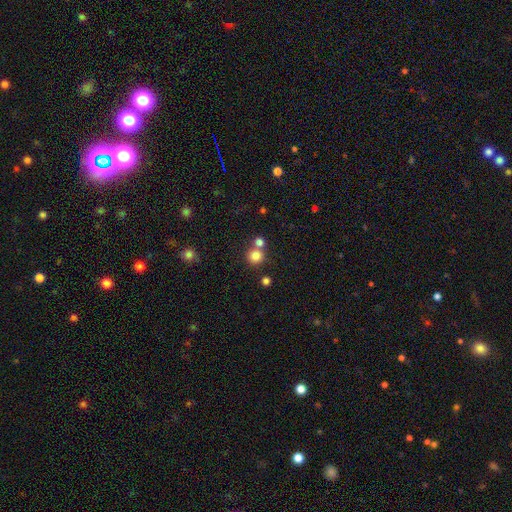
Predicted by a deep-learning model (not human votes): smooth 81%, star or artifact 13%, featured or disk 6%. Down the decision tree: how rounded — round (92%); merging — none (64%).